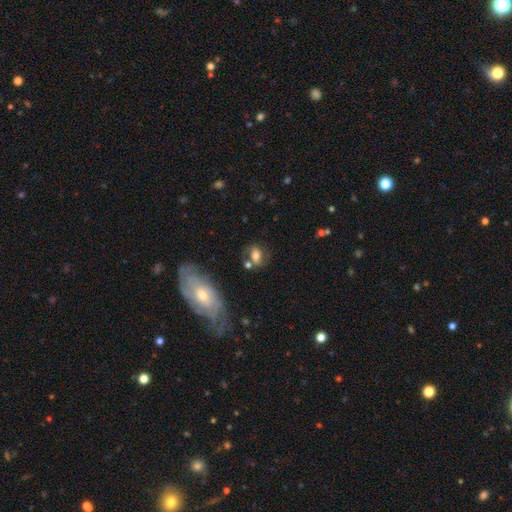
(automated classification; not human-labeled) Morphology: type=smooth (50%); roundness=in between (66%); merging=none (55%).